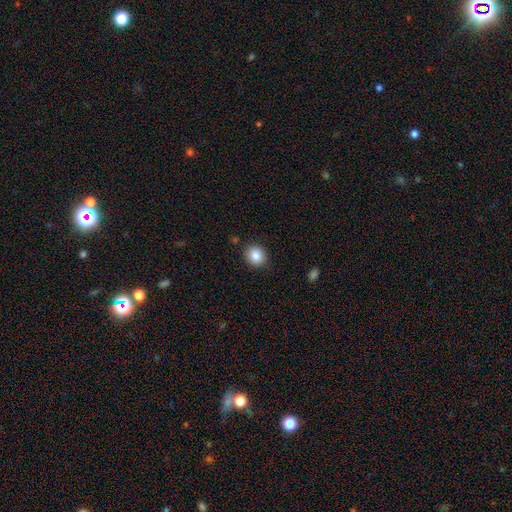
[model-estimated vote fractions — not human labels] smooth 85%, star or artifact 9%, featured or disk 6%. Down the decision tree: how rounded — round (77%); merging — none (87%).